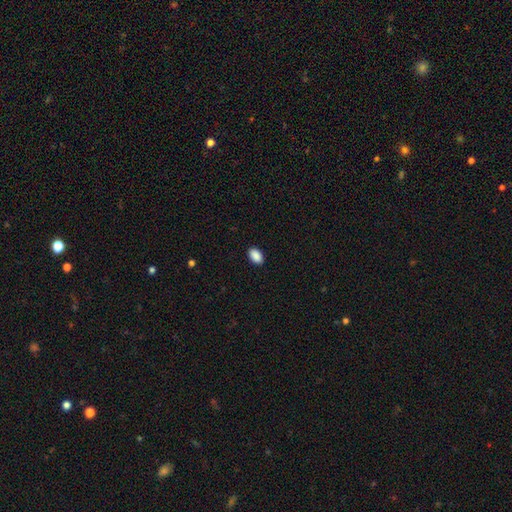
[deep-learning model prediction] Smooth or featured?
  - smooth: 90% *
  - star or artifact: 7%
  - featured or disk: 3%
How rounded?
  - in between: 91% *
  - round: 8%
  - cigar-shaped: 1%
Merging?
  - none: 90% *
  - minor disturbance: 7%
  - major disturbance: 2%
  - merger: 1%